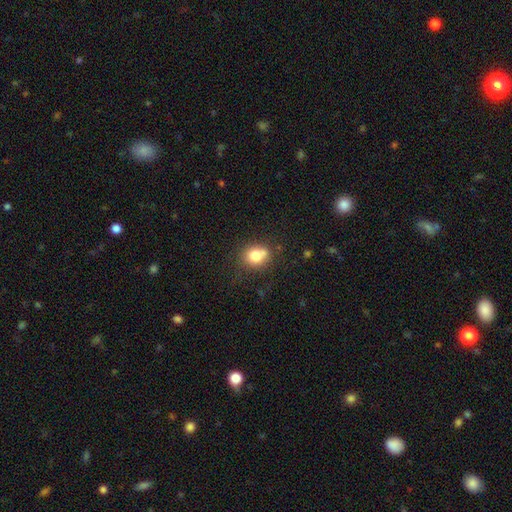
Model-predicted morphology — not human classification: Smooth or featured? Predicted: smooth (p=0.76). How rounded? Predicted: round (p=0.67). Merging? Predicted: none (p=0.60).